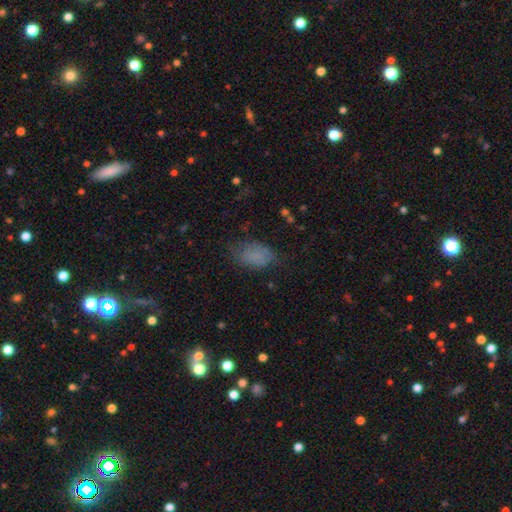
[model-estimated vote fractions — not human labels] Smooth or featured? smooth (78%)
How rounded? in between (89%)
Merging? none (66%)